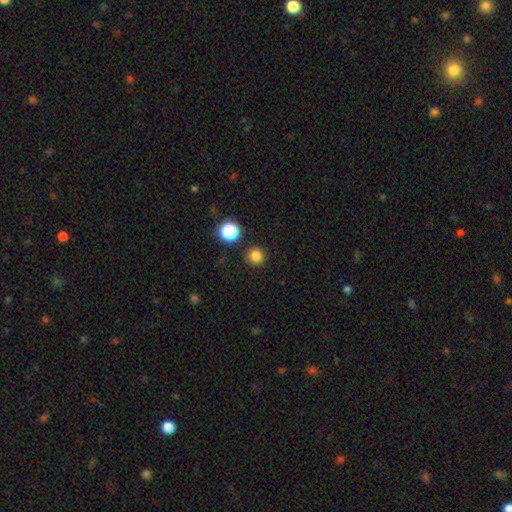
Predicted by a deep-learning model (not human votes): Overall: smooth (81%). How rounded: round (94%). Merging: none (89%).